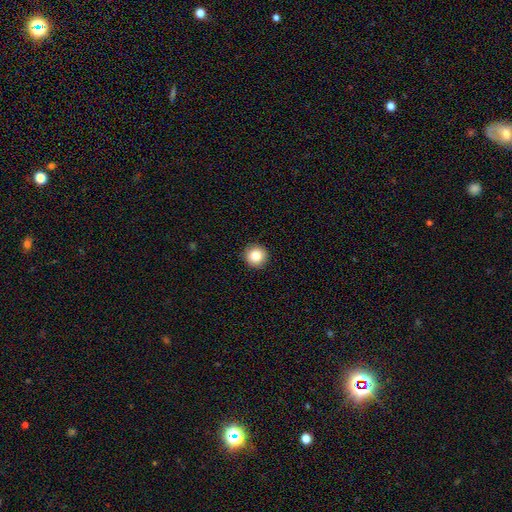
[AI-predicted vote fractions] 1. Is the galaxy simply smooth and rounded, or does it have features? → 83% smooth, 10% star or artifact, 8% featured or disk.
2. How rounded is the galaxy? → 95% round, 4% in between, 1% cigar-shaped.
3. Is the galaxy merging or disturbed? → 93% none, 5% minor disturbance, 2% major disturbance, 1% merger.